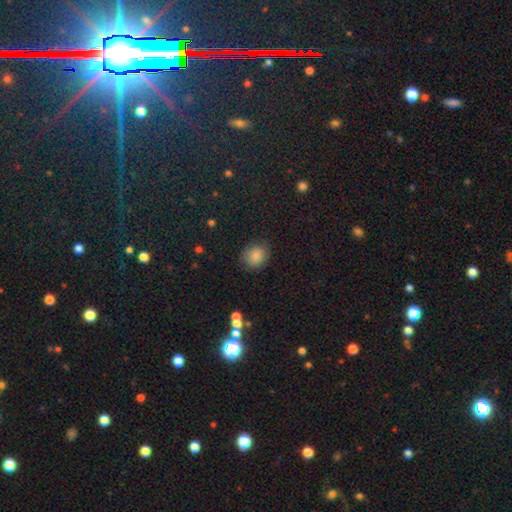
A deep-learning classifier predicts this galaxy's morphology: This is clearly a smooth galaxy (84%). How rounded: possibly round (58%). Merging: likely none (77%).